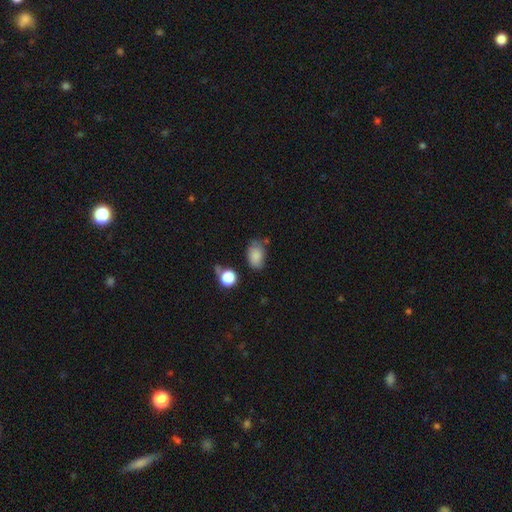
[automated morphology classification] A smooth galaxy with no disk features (83%) that is in between round and cigar-shaped (86%). Merging: none (62%).